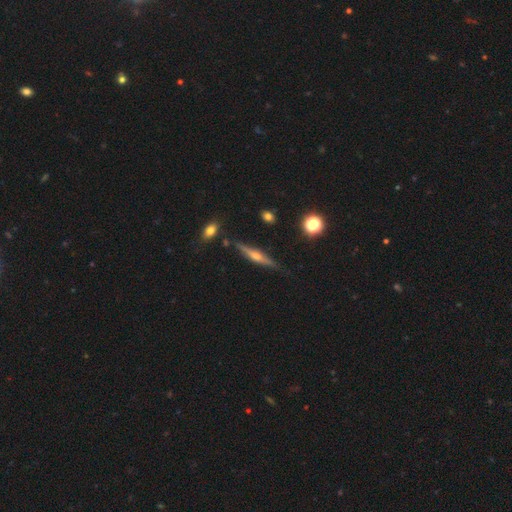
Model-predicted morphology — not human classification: Smooth or featured? Predicted: featured or disk (p=0.71). Edge-on disk? Predicted: yes (p=0.97). Edge-on bulge? Predicted: rounded (p=0.87). Merging? Predicted: none (p=0.83).